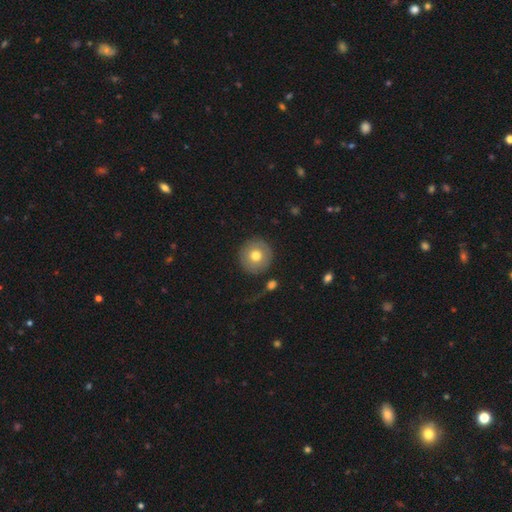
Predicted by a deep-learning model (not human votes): smooth 71%, featured or disk 21%, star or artifact 8%. Down the decision tree: how rounded — round (95%); merging — none (85%).